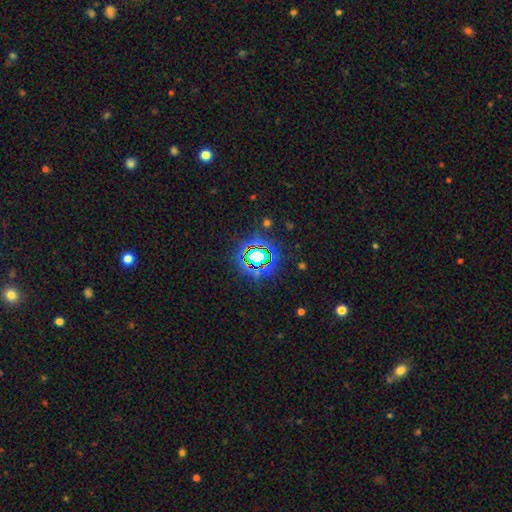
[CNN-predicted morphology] smooth_or_featured: star or artifact (p=0.69) [alt: smooth p=0.19]